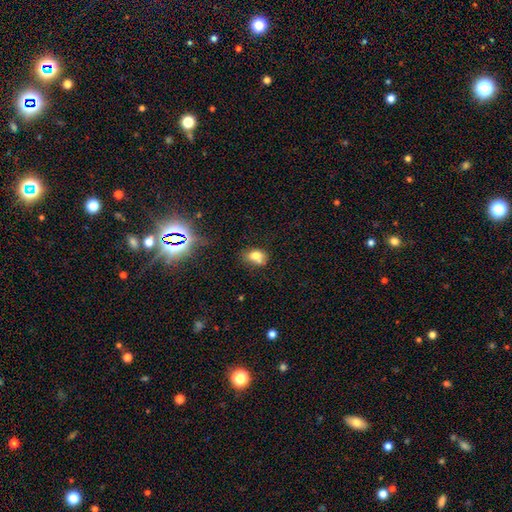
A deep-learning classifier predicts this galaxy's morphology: Overall: smooth (73%). How rounded: in between (70%). Merging: none (45%; merger 26%).